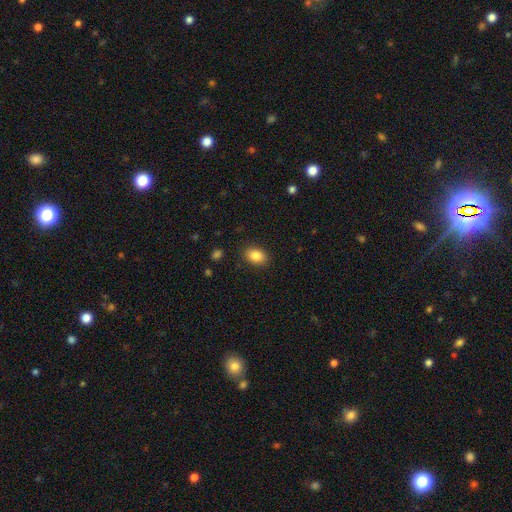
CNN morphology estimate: A smooth galaxy with no disk features (86%) that is in between round and cigar-shaped (80%).

Vote fractions:
- Smooth or featured? smooth: 86% / star or artifact: 8% / featured or disk: 6%
- How rounded? in between: 80% / round: 19% / cigar-shaped: 1%
- Merging? none: 88% / minor disturbance: 9% / major disturbance: 3% / merger: 1%